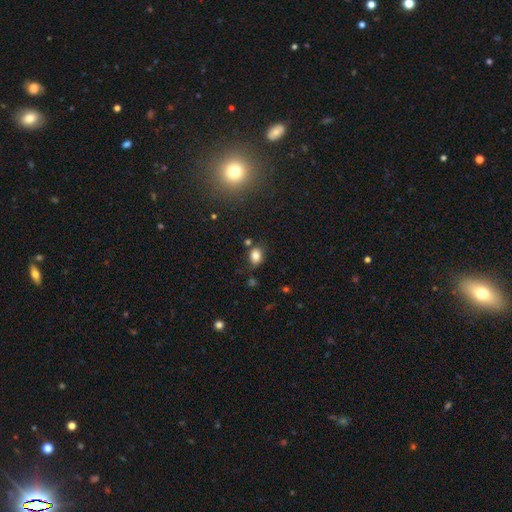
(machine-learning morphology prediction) Overall: smooth (80%). How rounded: in between (68%; round 30%). Merging: none (75%).